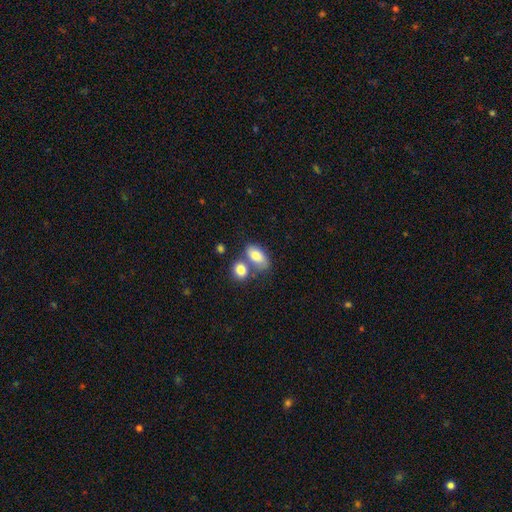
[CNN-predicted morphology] Smooth or featured? smooth (80%)
How rounded? in between (88%)
Merging? none (42%)